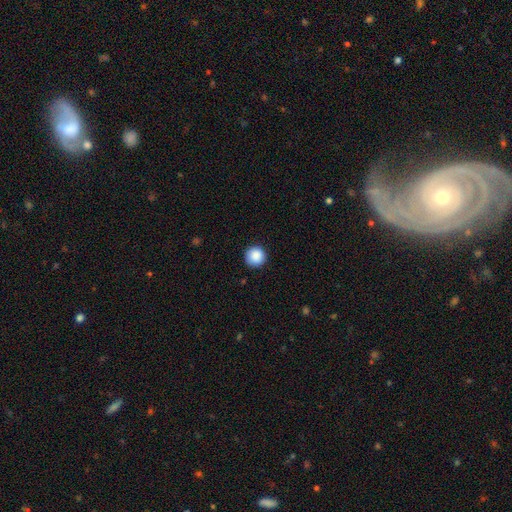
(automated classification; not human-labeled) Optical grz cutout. It shows a smooth galaxy with no disk features (88%) that is round (96%). Merging: none (89%).